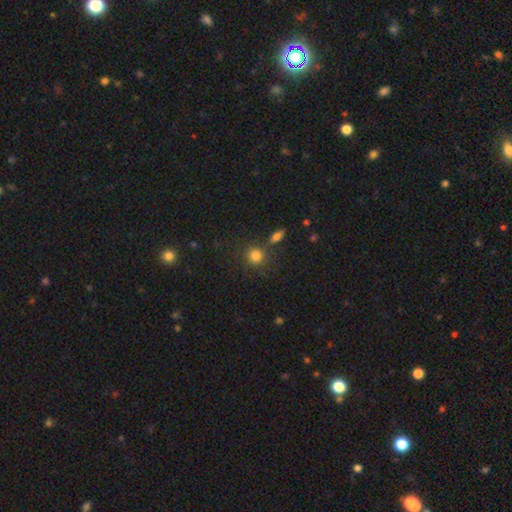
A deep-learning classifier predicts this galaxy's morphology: A smooth galaxy with no disk features (82%) that is round (88%).

Vote fractions:
- Smooth or featured? smooth: 82% / star or artifact: 11% / featured or disk: 7%
- How rounded? round: 88% / in between: 11% / cigar-shaped: 1%
- Merging? none: 74% / merger: 12% / minor disturbance: 10% / major disturbance: 4%